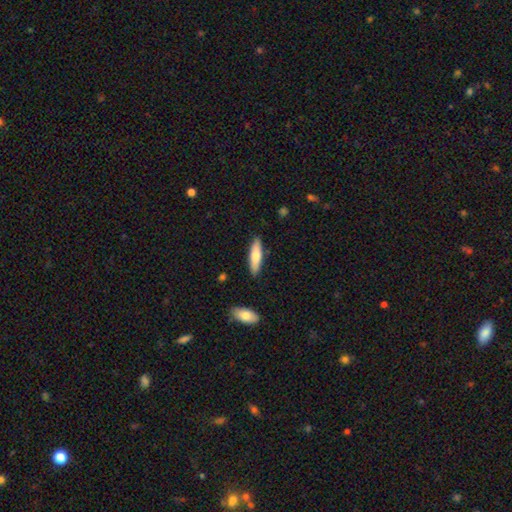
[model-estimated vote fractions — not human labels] smooth-or-featured: smooth: 72% | featured or disk: 22% | star or artifact: 5%
  how-rounded: cigar-shaped: 64% | in between: 34% | round: 2%
  merging: none: 87% | minor disturbance: 9% | merger: 2% | major disturbance: 2%